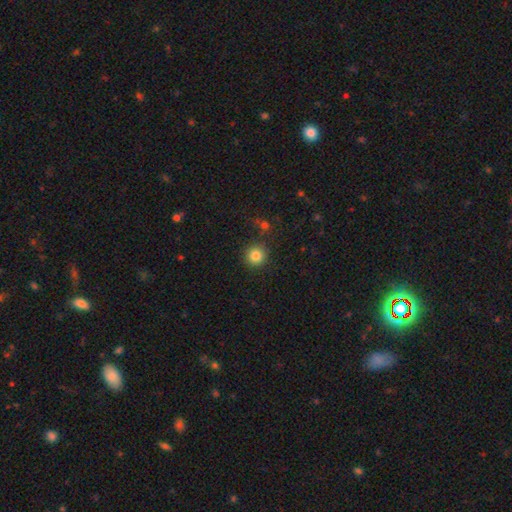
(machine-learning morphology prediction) A smooth galaxy with no disk features (83%) that is round (95%). Merging: none (88%).